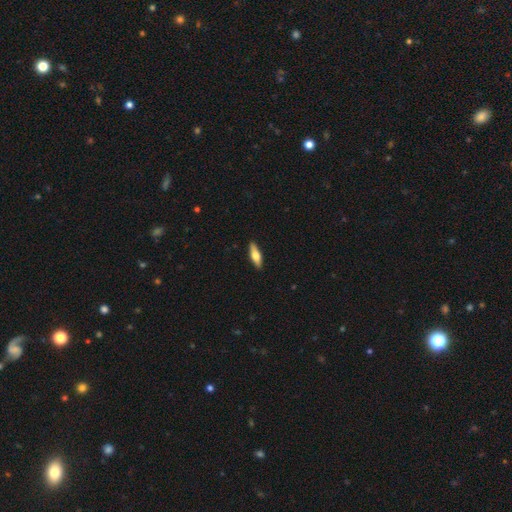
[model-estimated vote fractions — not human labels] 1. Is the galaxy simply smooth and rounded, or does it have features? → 57% smooth, 38% featured or disk, 6% star or artifact.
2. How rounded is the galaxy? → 49% cigar-shaped (tied), 49% in between (tied), 3% round.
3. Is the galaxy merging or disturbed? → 90% none, 7% minor disturbance, 2% major disturbance, 1% merger.